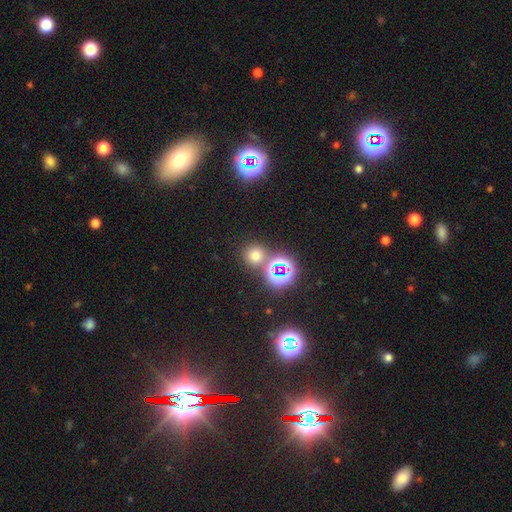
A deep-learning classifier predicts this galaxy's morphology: Smooth or featured?
  - smooth: 63% *
  - star or artifact: 30%
  - featured or disk: 7%
How rounded?
  - round: 90% *
  - in between: 9%
  - cigar-shaped: 1%
Merging?
  - none: 72% *
  - merger: 17%
  - minor disturbance: 8%
  - major disturbance: 3%